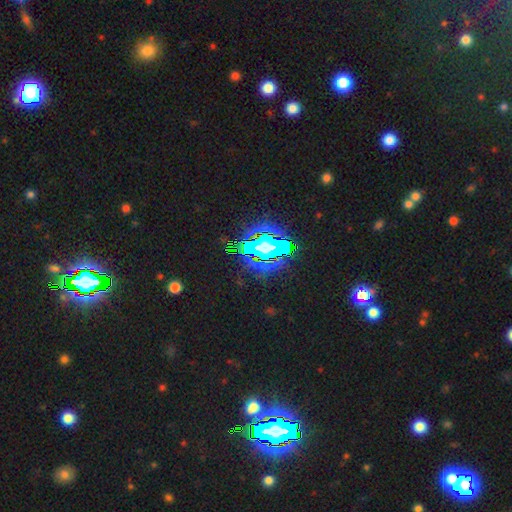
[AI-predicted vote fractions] Morphology: type=star or artifact (62%).